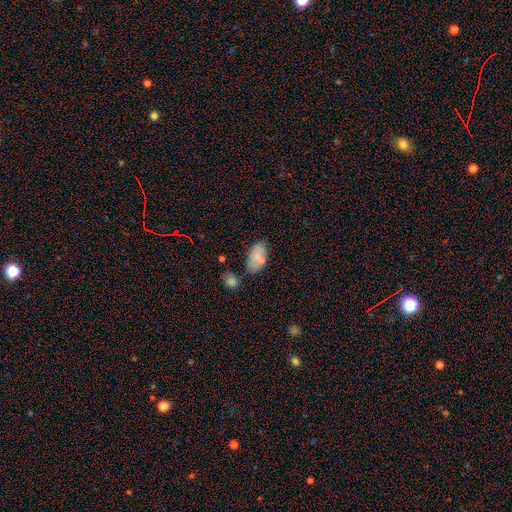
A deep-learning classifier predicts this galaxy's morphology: Smooth or featured?
  - smooth: 68% *
  - featured or disk: 23%
  - star or artifact: 9%
How rounded?
  - in between: 93% *
  - round: 5%
  - cigar-shaped: 2%
Merging?
  - none: 56% *
  - minor disturbance: 22%
  - merger: 15%
  - major disturbance: 7%